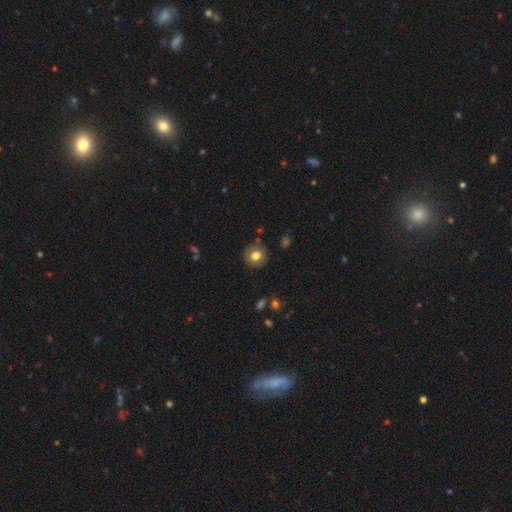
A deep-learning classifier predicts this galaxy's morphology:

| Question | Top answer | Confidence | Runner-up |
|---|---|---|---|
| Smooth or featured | smooth | 77% | featured or disk (14%) |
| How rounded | round | 91% | in between (8%) |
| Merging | none | 87% | minor disturbance (9%) |